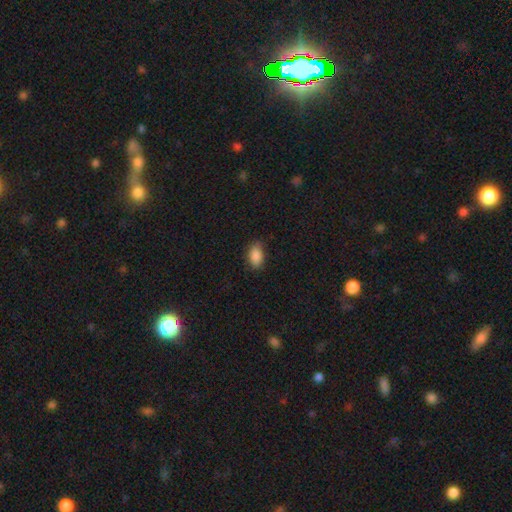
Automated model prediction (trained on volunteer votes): A smooth galaxy with no disk features (88%) that is in between round and cigar-shaped (91%). Merging: none (82%).